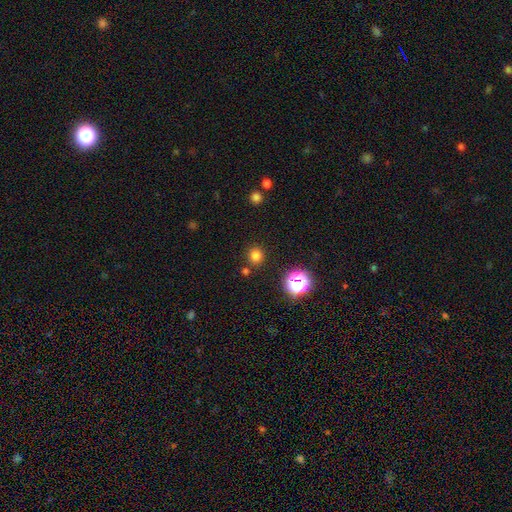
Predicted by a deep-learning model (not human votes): Q: Smooth or featured?
A: smooth (75%); runner-up: star or artifact (20%)
Q: How rounded?
A: round (90%); runner-up: in between (9%)
Q: Merging?
A: none (84%); runner-up: minor disturbance (7%)